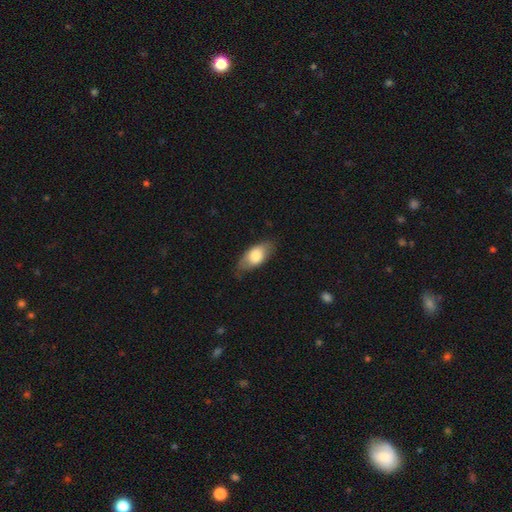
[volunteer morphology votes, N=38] Volunteers were most divided on "merging": none: 66%, minor disturbance: 29%, major disturbance: 5%, merger: 0%. More confident: how rounded — in between (93%); smooth or featured — smooth (79%).